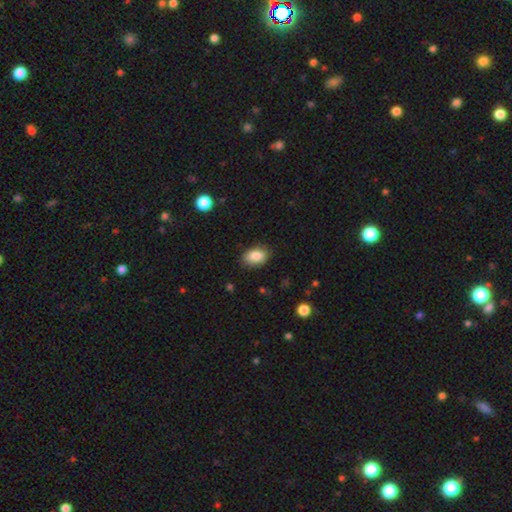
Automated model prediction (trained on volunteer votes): A smooth galaxy with no disk features (87%) that is in between round and cigar-shaped (84%). Merging: none (84%).